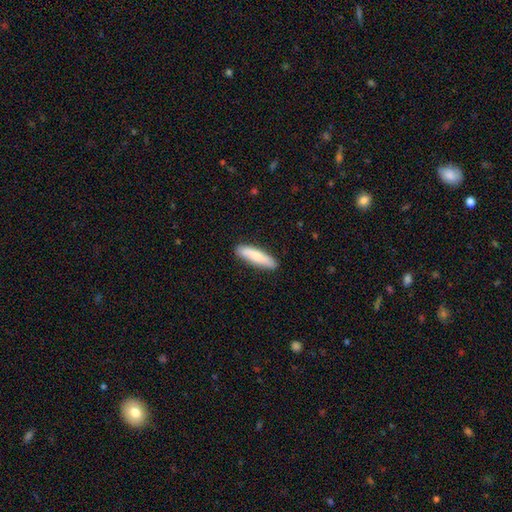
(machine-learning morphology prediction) Overall: smooth (80%). How rounded: cigar-shaped (76%). Merging: none (86%).